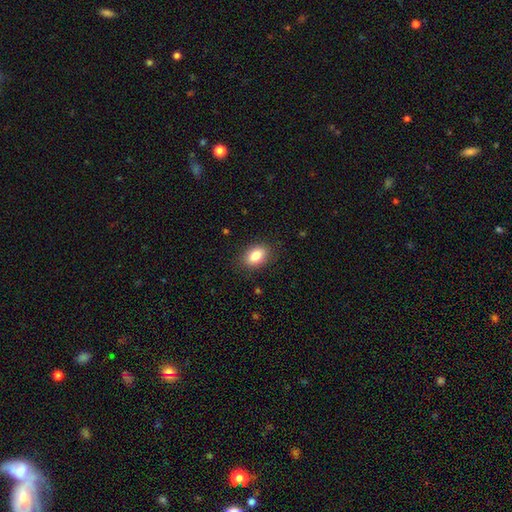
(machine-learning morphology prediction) Smooth or featured? smooth (84%)
How rounded? in between (84%)
Merging? none (86%)